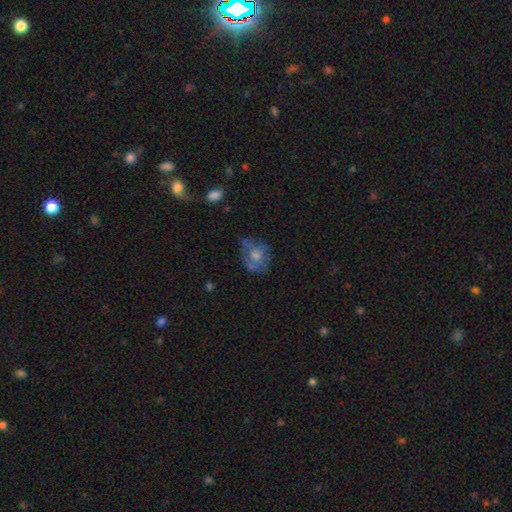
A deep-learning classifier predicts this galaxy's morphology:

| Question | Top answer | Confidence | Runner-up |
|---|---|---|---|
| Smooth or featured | smooth | 49% | featured or disk (41%) |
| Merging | none | 45% | minor disturbance (30%) |